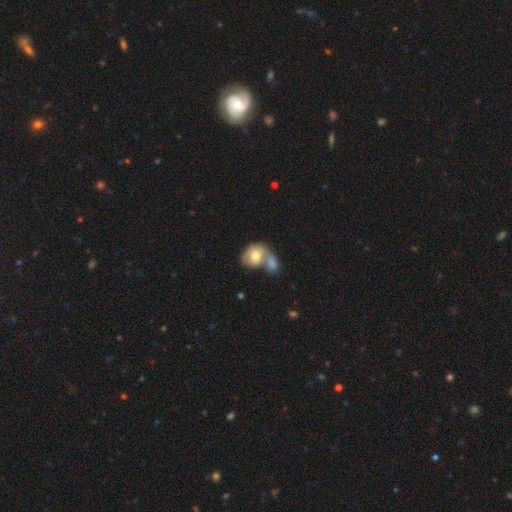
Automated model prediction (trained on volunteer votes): Smooth or featured: smooth — 64% (featured or disk — 29%)
How rounded: in between — 51% (round — 48%)
Merging: merger — 63% (none — 21%)